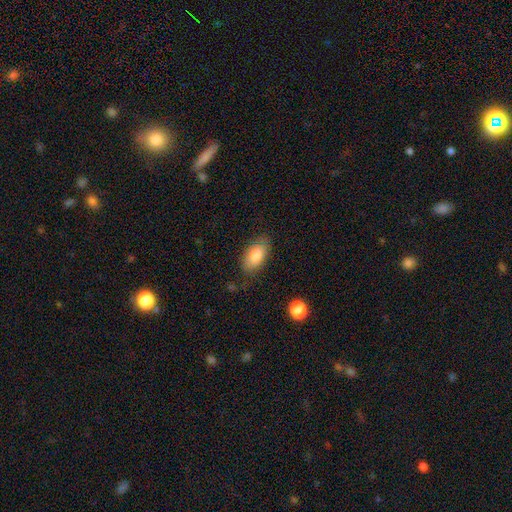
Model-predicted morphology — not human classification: Smooth or featured?
  - smooth: 84% *
  - featured or disk: 9%
  - star or artifact: 7%
How rounded?
  - in between: 93% *
  - round: 4%
  - cigar-shaped: 3%
Merging?
  - none: 75% *
  - minor disturbance: 18%
  - major disturbance: 5%
  - merger: 2%